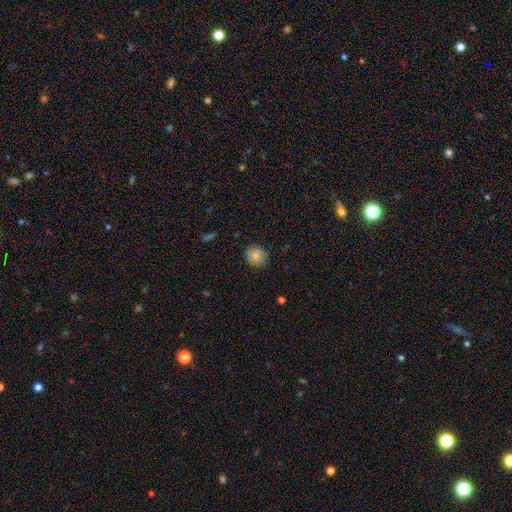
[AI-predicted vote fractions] Overall: smooth (80%). How rounded: round (67%; in between 32%). Merging: none (79%).